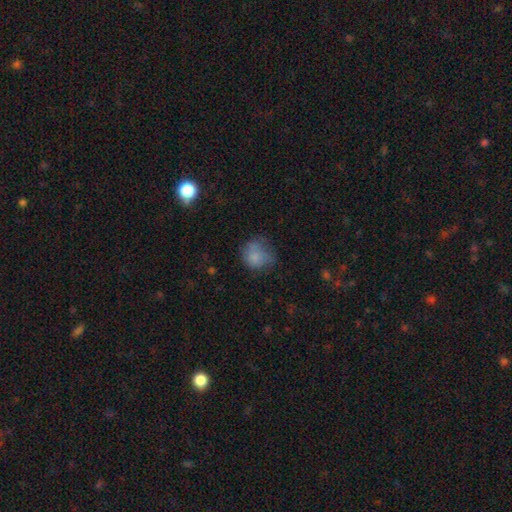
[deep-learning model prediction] This appears to be a smooth galaxy with no disk features (76%) that is round (72%). Merging: none (46%).